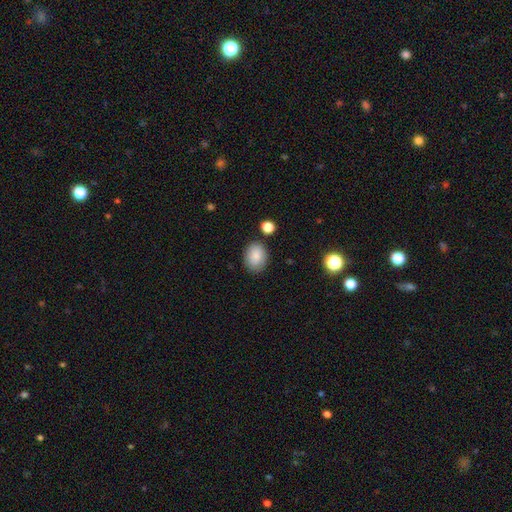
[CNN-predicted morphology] A smooth galaxy with no disk features (87%) that is in between round and cigar-shaped (69%). Merging: none (81%).